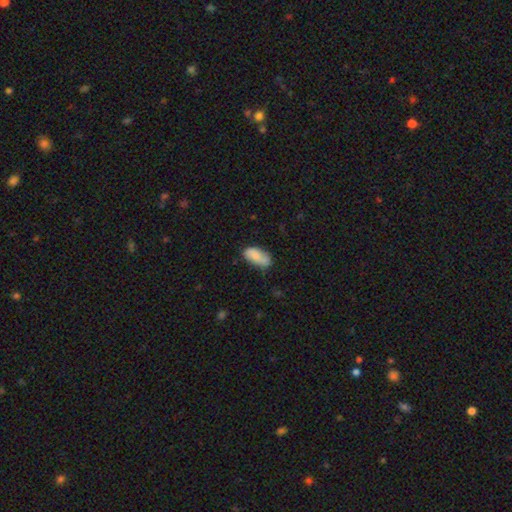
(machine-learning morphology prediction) smooth-or-featured: smooth: 79% | featured or disk: 14% | star or artifact: 7%
  how-rounded: in between: 91% | cigar-shaped: 6% | round: 3%
  merging: none: 63% | minor disturbance: 27% | major disturbance: 6% | merger: 4%